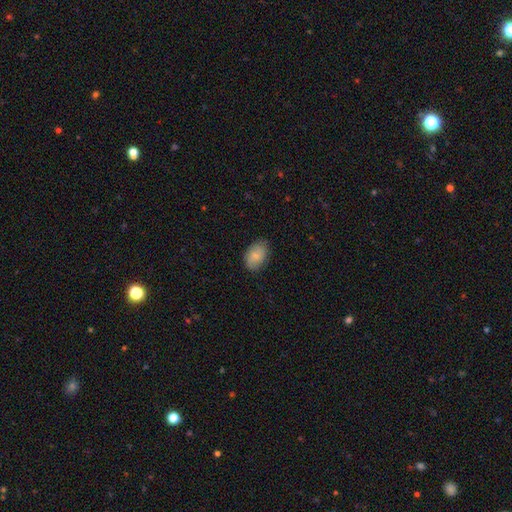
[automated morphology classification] The model was most divided on "merging": none: 80%, minor disturbance: 16%, major disturbance: 3%, merger: 1%. More confident: how rounded — in between (84%); smooth or featured — smooth (79%).